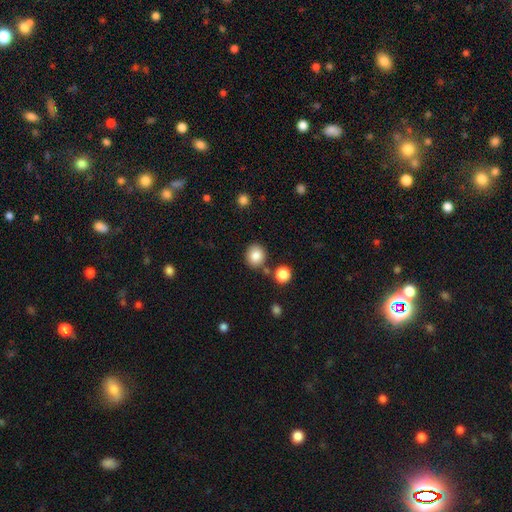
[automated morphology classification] Smooth or featured?
  - smooth: 85% *
  - star or artifact: 9%
  - featured or disk: 6%
How rounded?
  - round: 80% *
  - in between: 19%
  - cigar-shaped: 1%
Merging?
  - none: 80% *
  - minor disturbance: 9%
  - merger: 8%
  - major disturbance: 3%